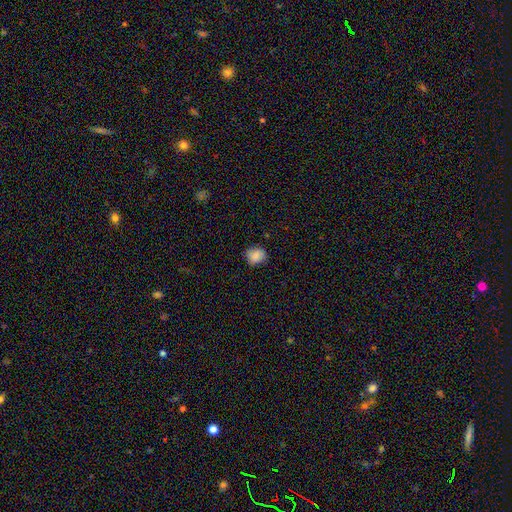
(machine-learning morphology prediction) smooth-or-featured: smooth: 84% | star or artifact: 9% | featured or disk: 7%
  how-rounded: round: 68% | in between: 31% | cigar-shaped: 1%
  merging: none: 81% | minor disturbance: 15% | major disturbance: 3% | merger: 1%